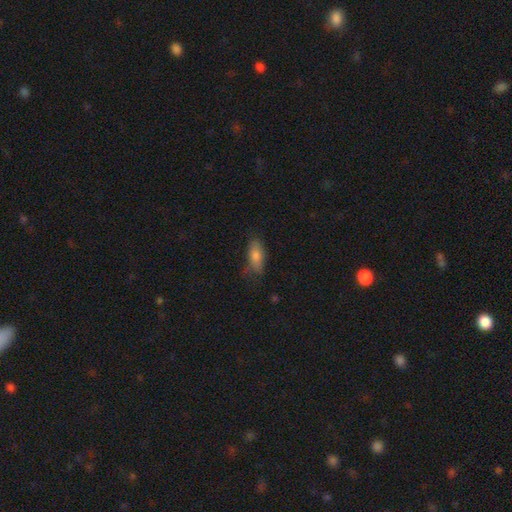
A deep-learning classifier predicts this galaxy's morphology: A smooth galaxy with no disk features (76%) that is in between round and cigar-shaped (80%). Merging: none (60%).